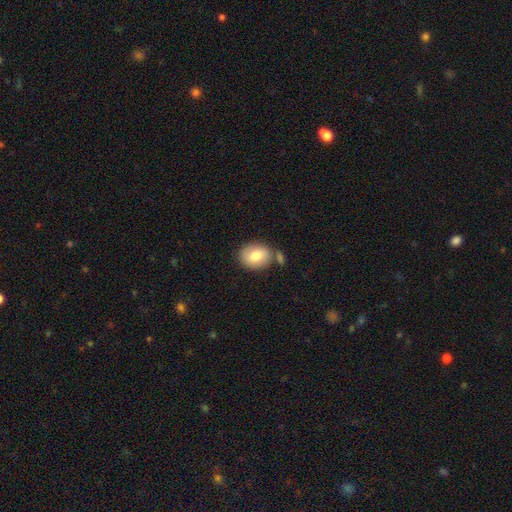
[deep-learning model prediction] Overall: smooth (77%). How rounded: in between (54%; round 44%). Merging: none (66%).